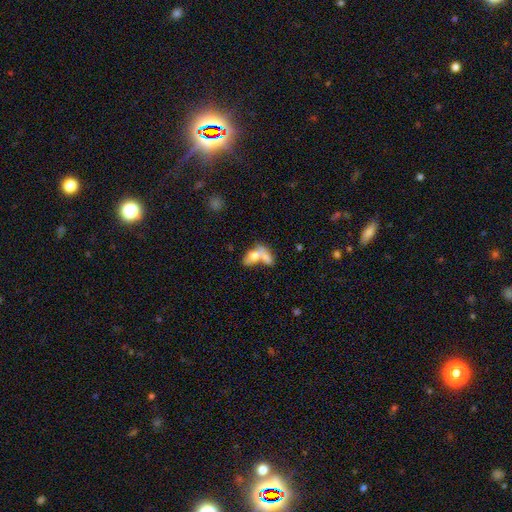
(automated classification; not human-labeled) This is likely a smooth galaxy (67%). How rounded: likely in between (79%). Merging: likely merger (62%).